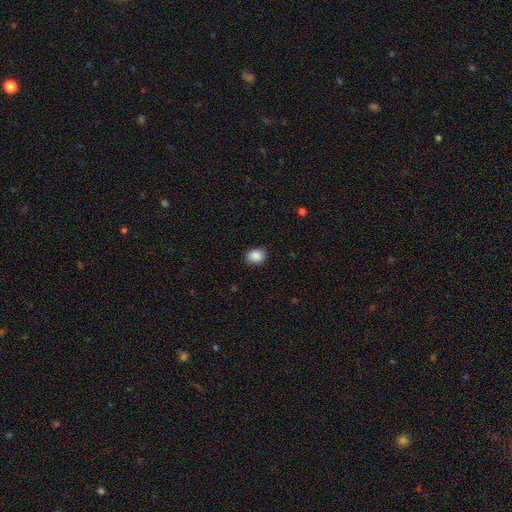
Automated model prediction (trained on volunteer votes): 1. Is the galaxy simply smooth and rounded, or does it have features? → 88% smooth, 8% star or artifact, 4% featured or disk.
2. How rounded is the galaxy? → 61% in between, 38% round, 1% cigar-shaped.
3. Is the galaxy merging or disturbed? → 84% none, 12% minor disturbance, 3% major disturbance, 1% merger.